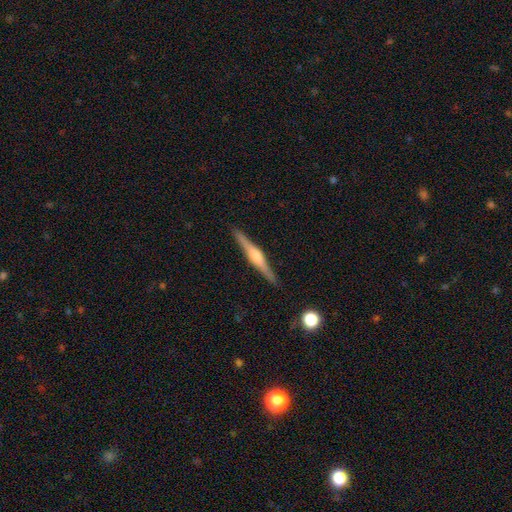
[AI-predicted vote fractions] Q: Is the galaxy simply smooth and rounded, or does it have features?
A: featured or disk — 78%.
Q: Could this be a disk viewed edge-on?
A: yes — 98%.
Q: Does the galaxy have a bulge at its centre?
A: rounded — 85%.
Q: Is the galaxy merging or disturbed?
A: none — 91%.